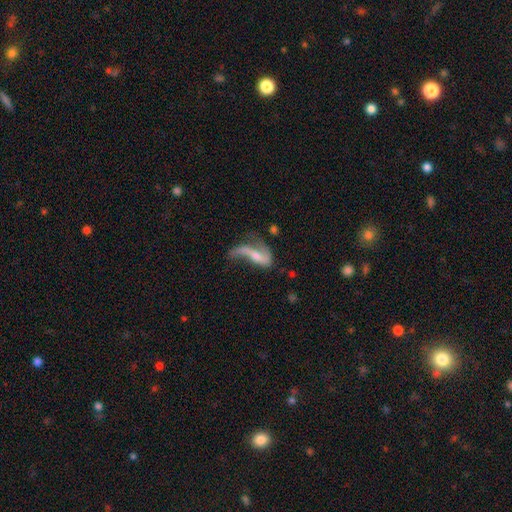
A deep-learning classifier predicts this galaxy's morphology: Smooth or featured: featured or disk — 73% (smooth — 19%)
Edge-on disk: no — 87% (yes — 13%)
Bar: no — 42% (weak — 33%)
Spiral arms: yes — 82% (no — 18%)
Spiral winding: loose — 85% (medium — 11%)
Spiral arm count: 2 — 68% (1 — 24%)
Bulge size: small — 51% (moderate — 34%)
Merging: major disturbance — 39% (none — 31%)